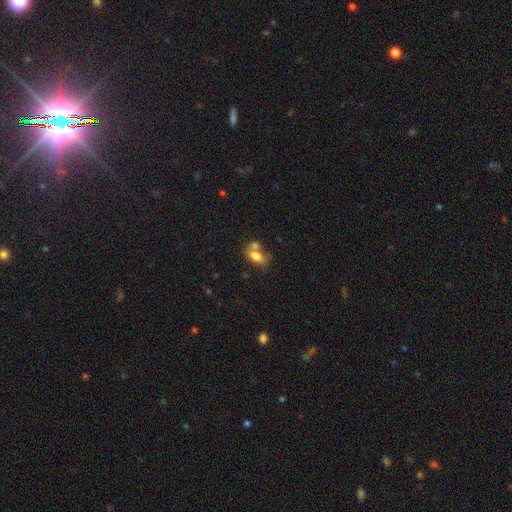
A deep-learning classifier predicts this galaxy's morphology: Smooth or featured? smooth (75%)
How rounded? in between (86%)
Merging? merger (45%)